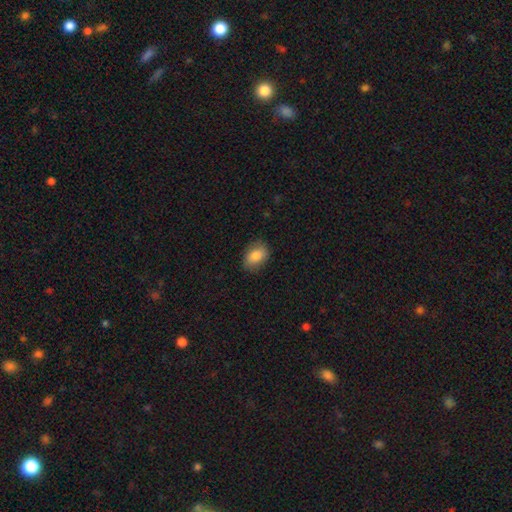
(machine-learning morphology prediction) Smooth or featured? Predicted: smooth (p=0.83). How rounded? Predicted: in between (p=0.80). Merging? Predicted: none (p=0.82).